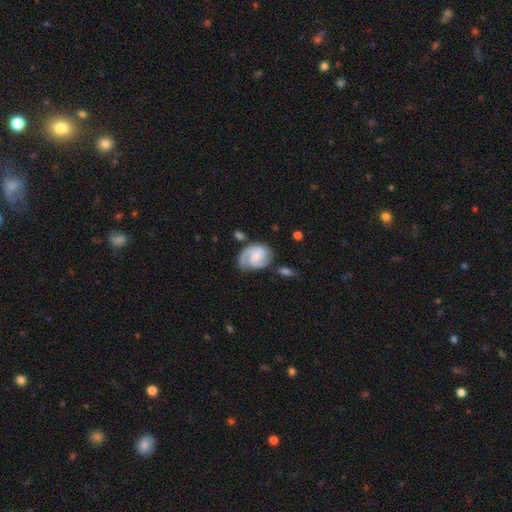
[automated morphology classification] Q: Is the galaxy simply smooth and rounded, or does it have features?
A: featured or disk — 72%.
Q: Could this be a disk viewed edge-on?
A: no — 98%.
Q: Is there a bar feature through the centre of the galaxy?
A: no — 60%.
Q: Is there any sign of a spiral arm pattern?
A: yes — 94%.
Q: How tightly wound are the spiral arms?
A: tight — 44%.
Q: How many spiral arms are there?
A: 2 — 56%.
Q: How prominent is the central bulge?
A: small — 51%.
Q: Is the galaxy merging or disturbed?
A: none — 56%.